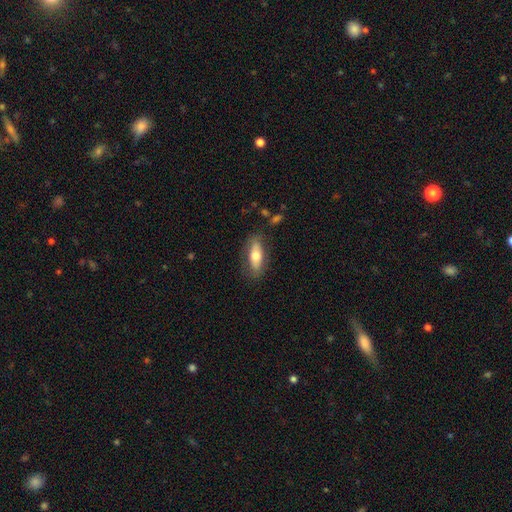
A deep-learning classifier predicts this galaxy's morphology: Overall: smooth (64%; featured or disk 30%). How rounded: in between (71%). Merging: none (78%).